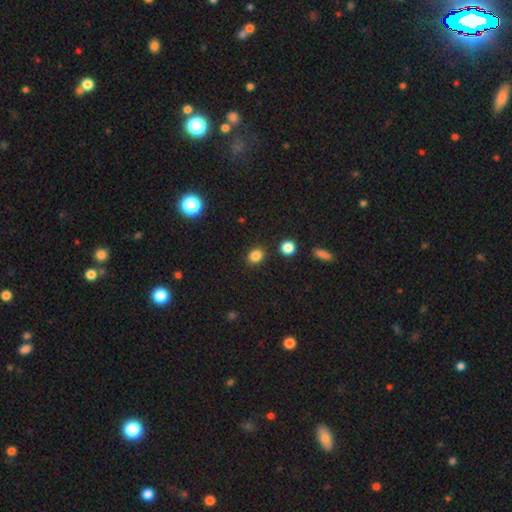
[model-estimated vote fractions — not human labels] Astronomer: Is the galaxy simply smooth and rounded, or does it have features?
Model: smooth — 84%.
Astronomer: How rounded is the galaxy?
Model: round — 67%.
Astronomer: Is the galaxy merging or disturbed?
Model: none — 88%.